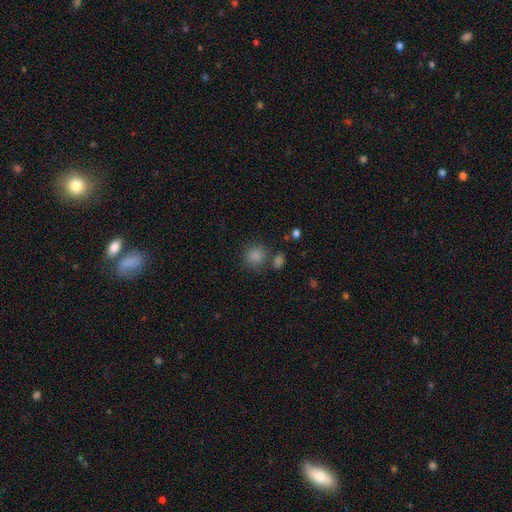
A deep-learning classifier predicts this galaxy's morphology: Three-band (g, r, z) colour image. It shows a smooth galaxy with no disk features (83%) that is round (81%). Merging: none (70%).